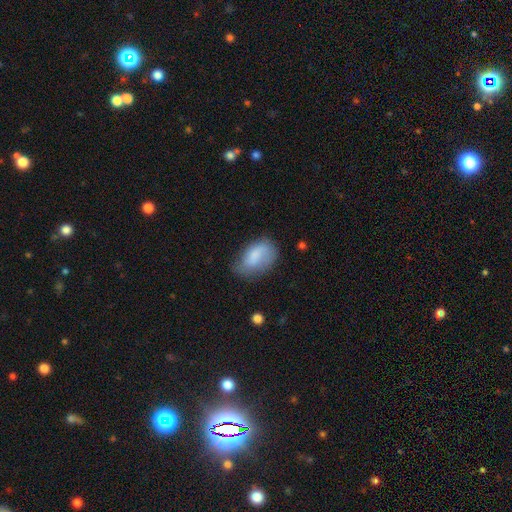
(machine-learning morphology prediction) type=smooth (72%); roundness=in between (90%); merging=none (48%).